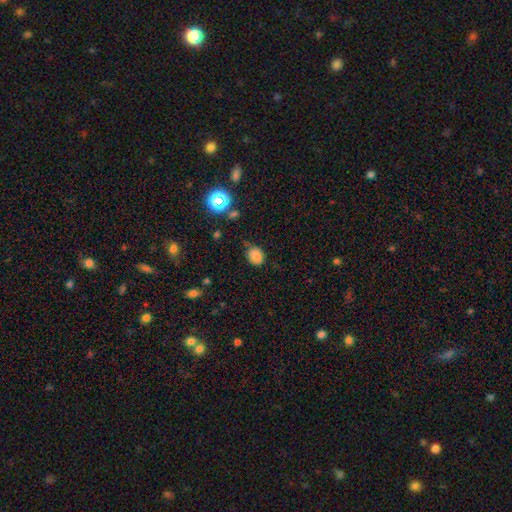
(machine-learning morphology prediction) smooth-or-featured: smooth: 80% | star or artifact: 14% | featured or disk: 6%
  how-rounded: round: 55% | in between: 44% | cigar-shaped: 1%
  merging: none: 66% | minor disturbance: 26% | major disturbance: 5% | merger: 3%